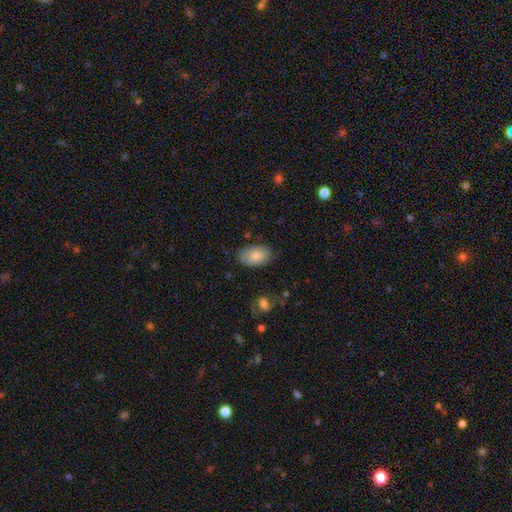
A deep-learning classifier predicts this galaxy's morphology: Smooth or featured? smooth (80%)
How rounded? in between (92%)
Merging? none (75%)